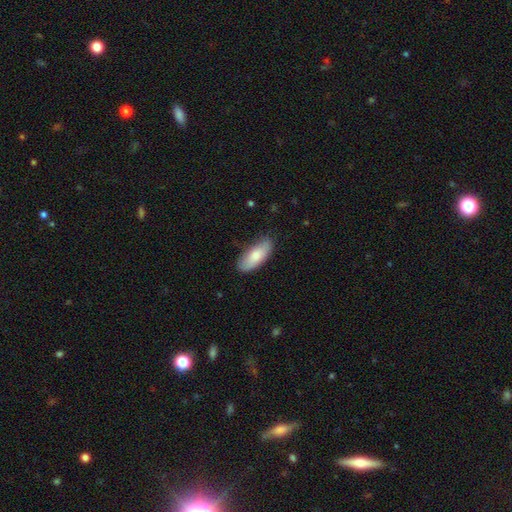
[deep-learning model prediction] A smooth galaxy with no disk features (78%) that is in between round and cigar-shaped (81%). Merging: none (78%).